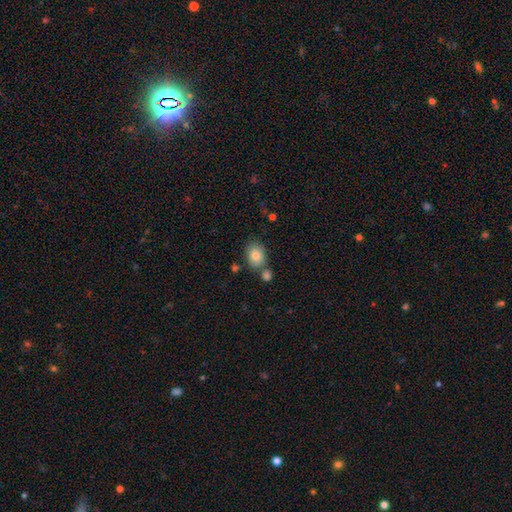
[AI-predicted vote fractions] A smooth galaxy with no disk features (82%) that is in between round and cigar-shaped (72%).

Vote fractions:
- Smooth or featured? smooth: 82% / featured or disk: 9% / star or artifact: 8%
- How rounded? in between: 72% / round: 27% / cigar-shaped: 1%
- Merging? none: 66% / merger: 18% / minor disturbance: 13% / major disturbance: 3%